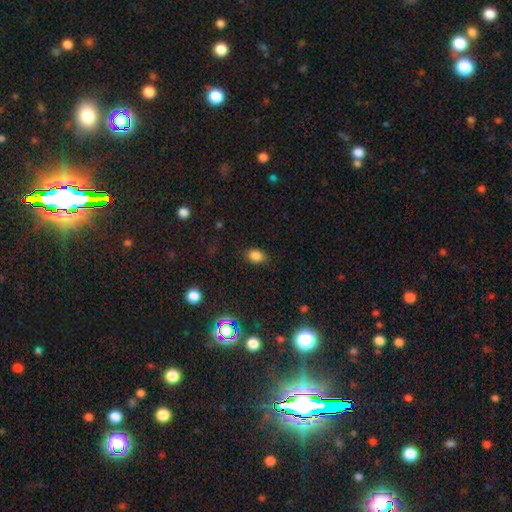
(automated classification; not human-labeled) Smooth or featured? Predicted: smooth (p=0.82). How rounded? Predicted: in between (p=0.69). Merging? Predicted: none (p=0.82).